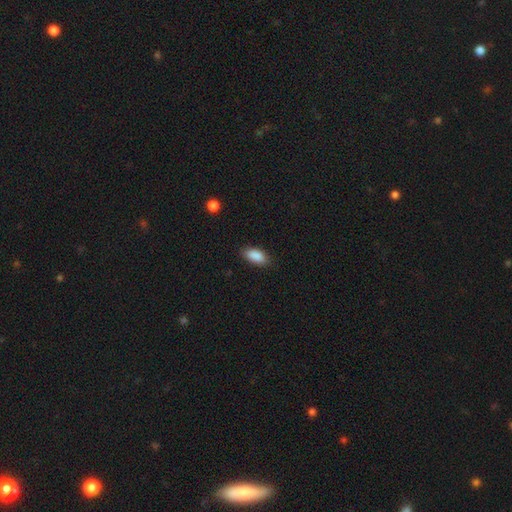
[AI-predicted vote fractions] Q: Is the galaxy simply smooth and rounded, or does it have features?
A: smooth — 89%.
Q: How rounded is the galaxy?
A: in between — 88%.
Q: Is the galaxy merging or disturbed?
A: none — 84%.